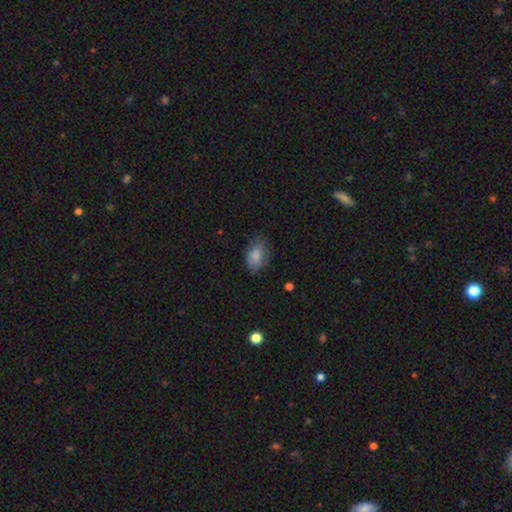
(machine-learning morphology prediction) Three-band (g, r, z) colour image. It shows a smooth galaxy with no disk features (81%) that is in between round and cigar-shaped (82%). Merging: none (60%).